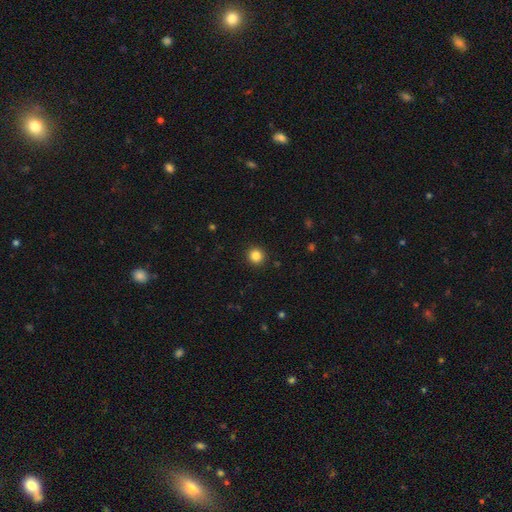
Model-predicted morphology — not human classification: This appears to be a smooth galaxy with no disk features (85%) that is round (94%). Merging: none (92%).